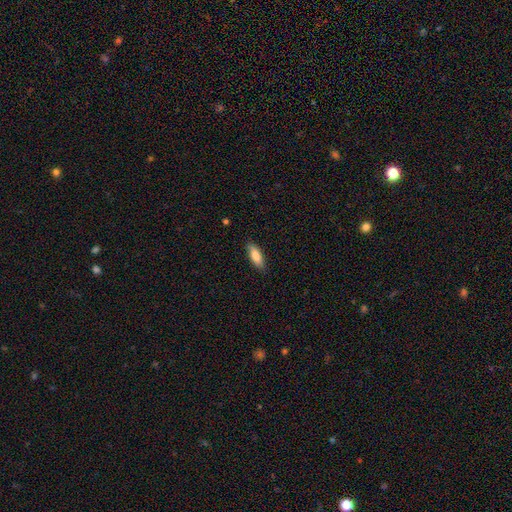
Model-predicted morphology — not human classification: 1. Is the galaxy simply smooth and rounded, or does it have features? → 84% smooth, 10% featured or disk, 6% star or artifact.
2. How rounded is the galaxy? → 63% in between, 35% cigar-shaped, 2% round.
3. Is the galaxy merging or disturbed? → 86% none, 11% minor disturbance, 2% major disturbance, 1% merger.